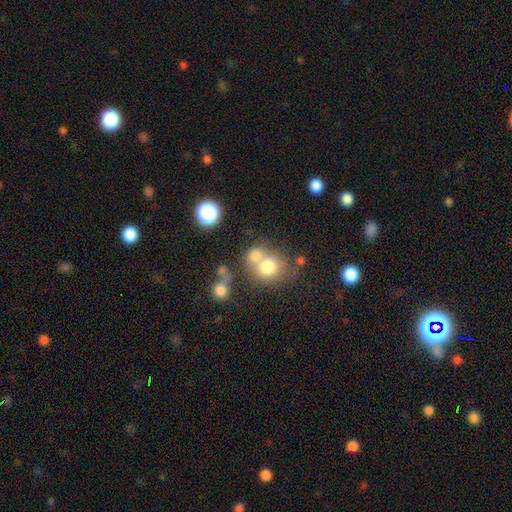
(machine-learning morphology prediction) Smooth or featured?
  - smooth: 73% *
  - featured or disk: 14%
  - star or artifact: 12%
How rounded?
  - round: 75% *
  - in between: 24%
  - cigar-shaped: 1%
Merging?
  - merger: 47% *
  - none: 38%
  - minor disturbance: 9%
  - major disturbance: 5%